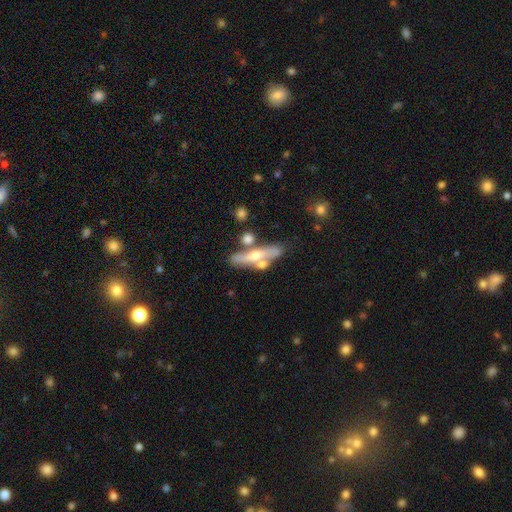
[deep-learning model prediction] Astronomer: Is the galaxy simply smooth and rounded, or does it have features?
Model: featured or disk — 58% (runner-up: smooth, 35%).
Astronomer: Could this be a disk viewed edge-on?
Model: yes — 74%.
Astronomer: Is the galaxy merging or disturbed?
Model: none — 58%.